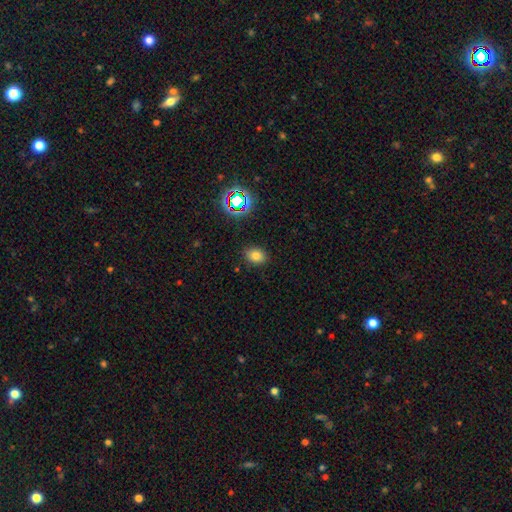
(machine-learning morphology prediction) Smooth or featured?
  - smooth: 74% *
  - star or artifact: 17%
  - featured or disk: 9%
How rounded?
  - in between: 65% *
  - round: 34%
  - cigar-shaped: 1%
Merging?
  - none: 87% *
  - minor disturbance: 9%
  - major disturbance: 3%
  - merger: 1%